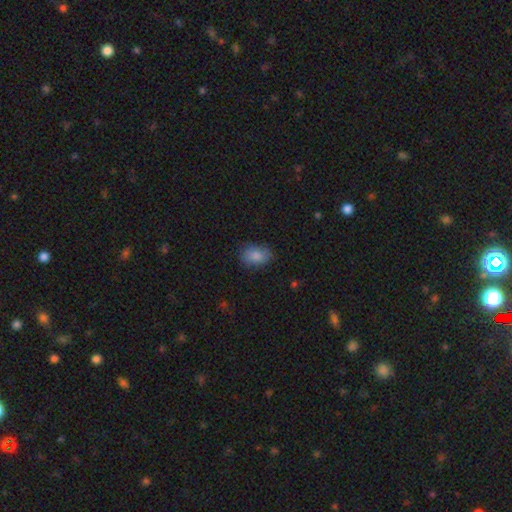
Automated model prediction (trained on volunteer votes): This is clearly a smooth galaxy (84%). How rounded: clearly in between (81%). Merging: likely none (76%).